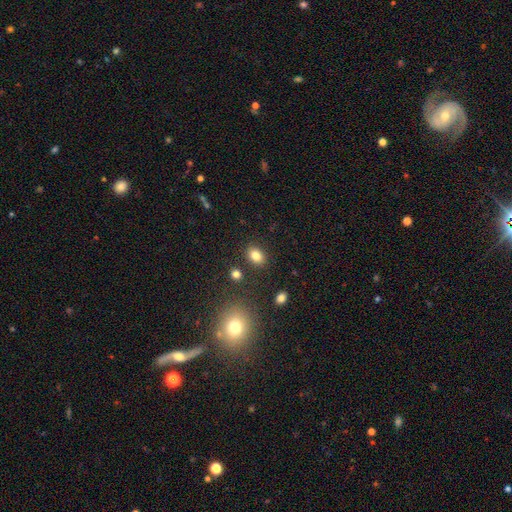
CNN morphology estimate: Overall: smooth (82%). How rounded: in between (70%). Merging: none (84%).